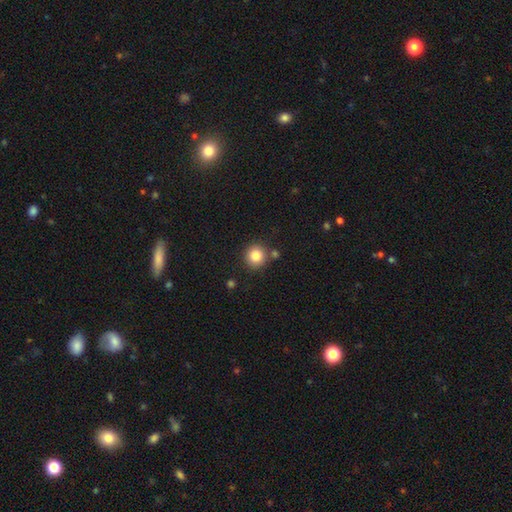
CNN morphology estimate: A smooth galaxy with no disk features (84%) that is round (91%). Merging: none (81%).